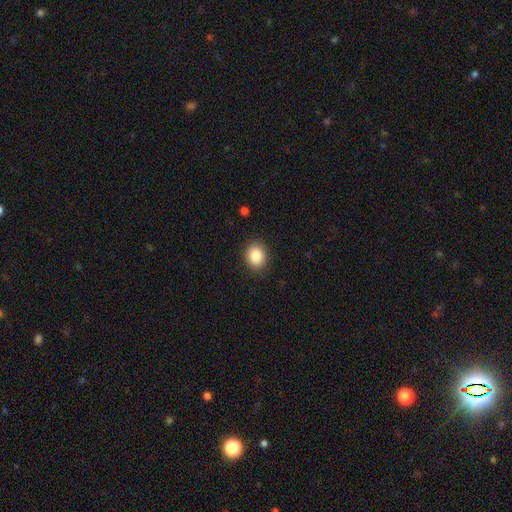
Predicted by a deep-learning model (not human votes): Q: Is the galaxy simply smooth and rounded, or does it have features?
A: smooth — 86%.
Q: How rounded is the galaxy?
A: round — 58%.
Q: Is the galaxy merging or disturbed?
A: none — 88%.